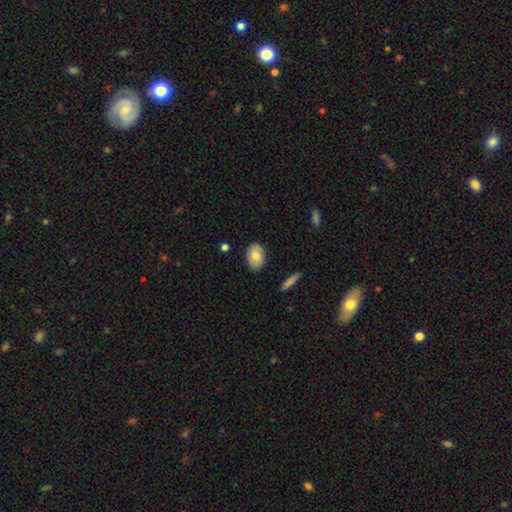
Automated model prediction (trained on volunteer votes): Smooth or featured? Predicted: smooth (p=0.72). How rounded? Predicted: in between (p=0.81). Merging? Predicted: none (p=0.83).